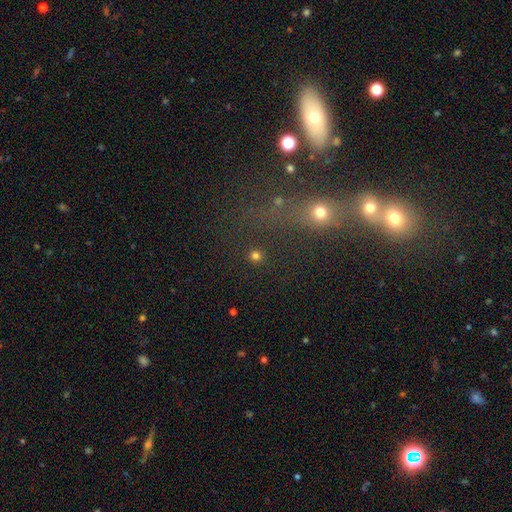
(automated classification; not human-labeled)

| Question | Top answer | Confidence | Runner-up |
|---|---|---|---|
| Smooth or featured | smooth | 78% | star or artifact (17%) |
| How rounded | round | 94% | in between (5%) |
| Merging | none | 90% | minor disturbance (5%) |